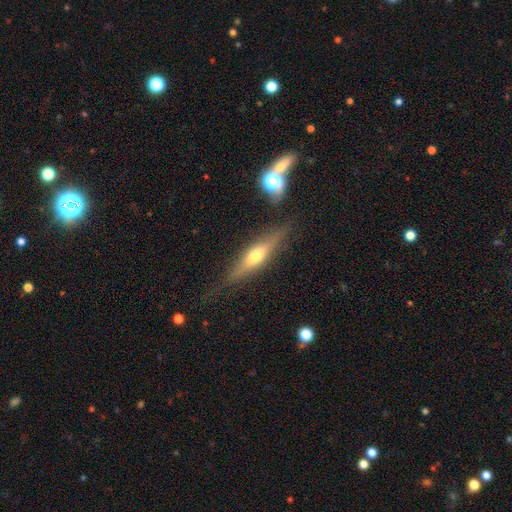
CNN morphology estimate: Smooth or featured? featured or disk (56%)
Edge-on disk? yes (91%)
Edge-on bulge? rounded (87%)
Merging? none (81%)